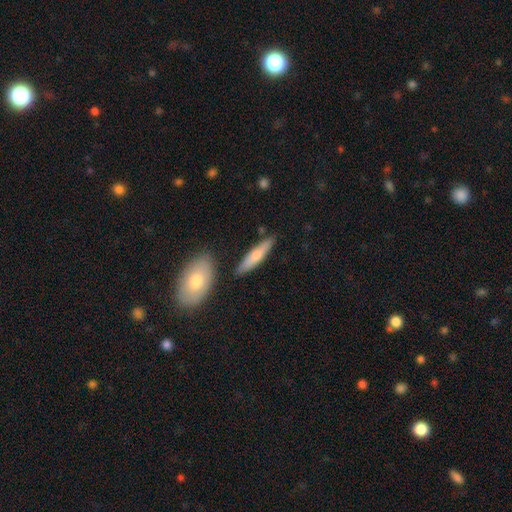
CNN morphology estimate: smooth 67%, featured or disk 28%, star or artifact 5%. Down the decision tree: how rounded — cigar-shaped (77%); merging — none (82%).